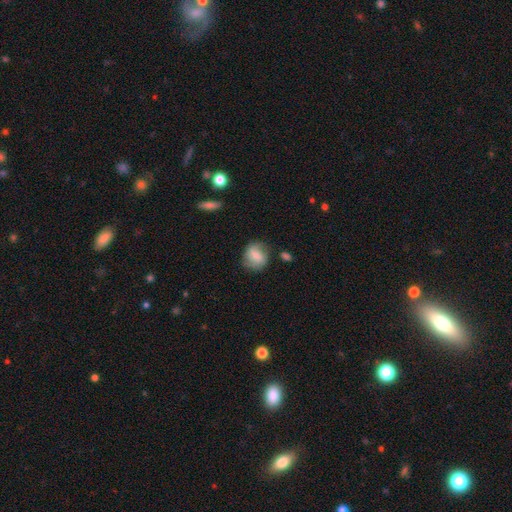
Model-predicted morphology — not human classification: Smooth or featured? Predicted: smooth (p=0.62). How rounded? Predicted: round (p=0.75). Merging? Predicted: none (p=0.72).